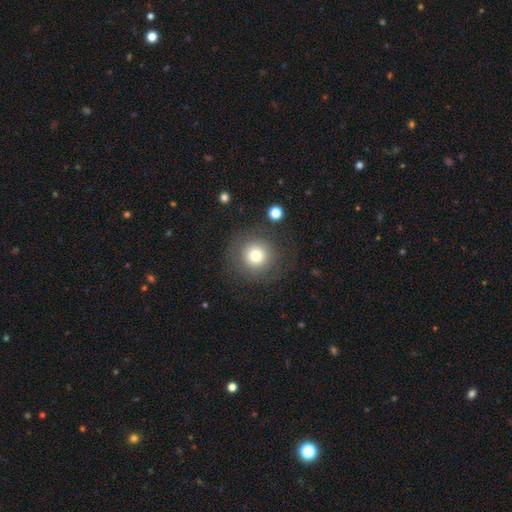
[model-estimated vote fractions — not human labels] This appears to be a smooth galaxy with no disk features (74%) that is round (95%). Merging: none (81%).